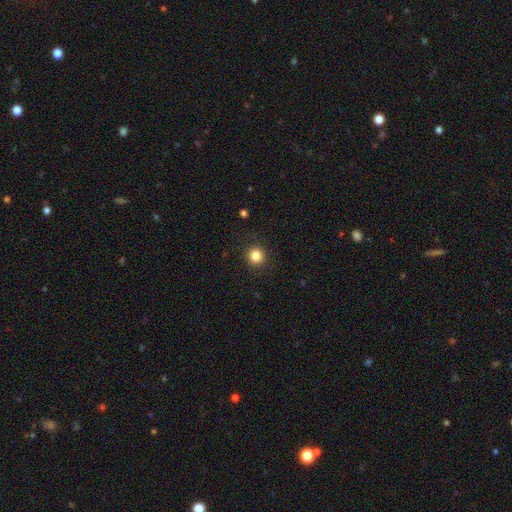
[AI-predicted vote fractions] This is clearly a smooth galaxy (84%). How rounded: clearly round (93%). Merging: clearly none (91%).